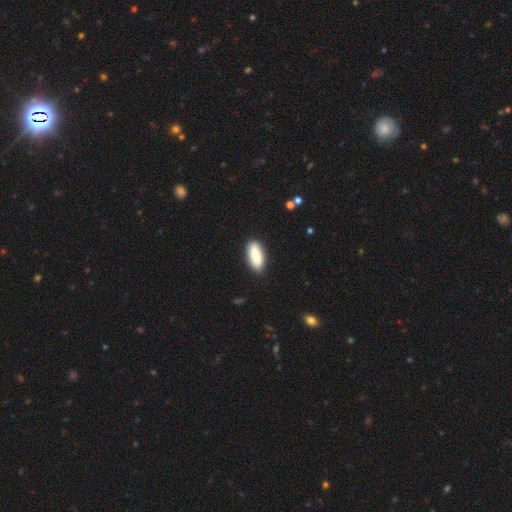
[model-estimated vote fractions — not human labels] smooth-or-featured: smooth: 82% | featured or disk: 11% | star or artifact: 6%
  how-rounded: in between: 78% | cigar-shaped: 20% | round: 2%
  merging: none: 85% | minor disturbance: 11% | major disturbance: 2% | merger: 2%